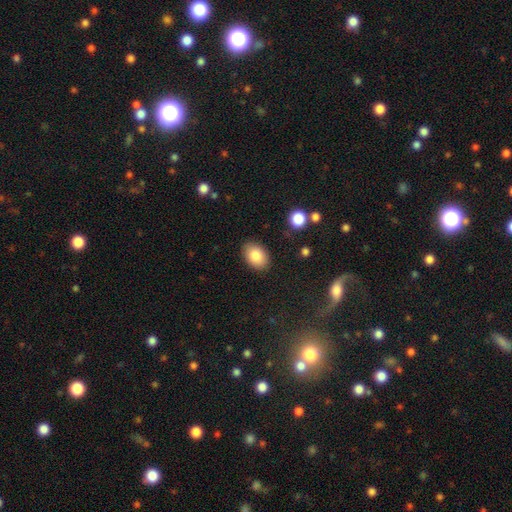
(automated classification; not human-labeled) smooth 83%, featured or disk 9%, star or artifact 8%. Down the decision tree: how rounded — in between (82%); merging — none (87%).